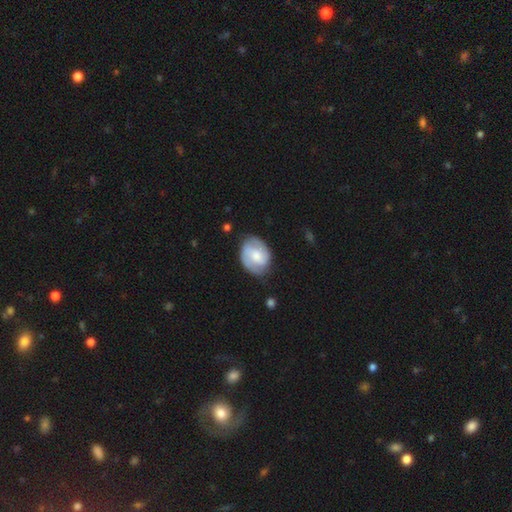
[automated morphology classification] smooth_or_featured: featured or disk (p=0.67) [alt: smooth p=0.28]
disk_edge_on: no (p=0.97) [alt: yes p=0.03]
bar: no (p=0.45) [alt: weak p=0.44]
has_spiral_arms: yes (p=0.90) [alt: no p=0.10]
spiral_winding: medium (p=0.44) [alt: tight p=0.40]
spiral_arm_count: 2 (p=0.80) [alt: can't tell p=0.11]
bulge_size: moderate (p=0.49) [alt: small p=0.31]
merging: none (p=0.72) [alt: minor disturbance p=0.20]